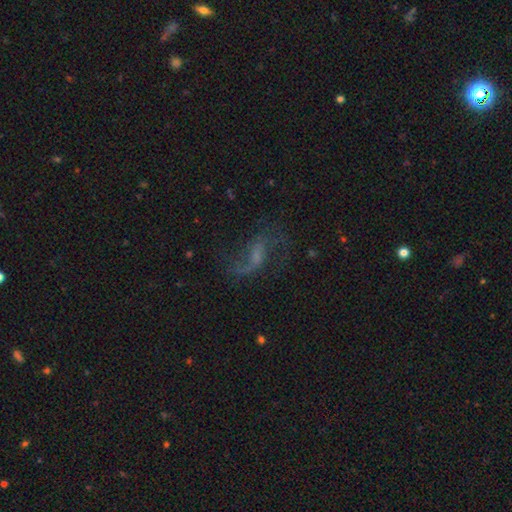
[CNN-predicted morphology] Q: Smooth or featured?
A: featured or disk (75%); runner-up: smooth (13%)
Q: Edge-on disk?
A: no (96%); runner-up: yes (4%)
Q: Bar?
A: weak (49%); runner-up: no (35%)
Q: Spiral arms?
A: yes (91%); runner-up: no (9%)
Q: Spiral winding?
A: loose (82%); runner-up: medium (15%)
Q: Spiral arm count?
A: 2 (79%); runner-up: 1 (14%)
Q: Bulge size?
A: small (42%); runner-up: none (33%)
Q: Merging?
A: none (61%); runner-up: major disturbance (20%)